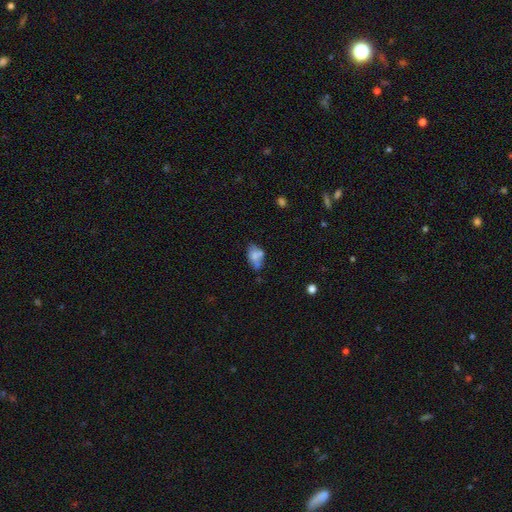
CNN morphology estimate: type=smooth (62%); roundness=in between (86%); merging=none (38%).